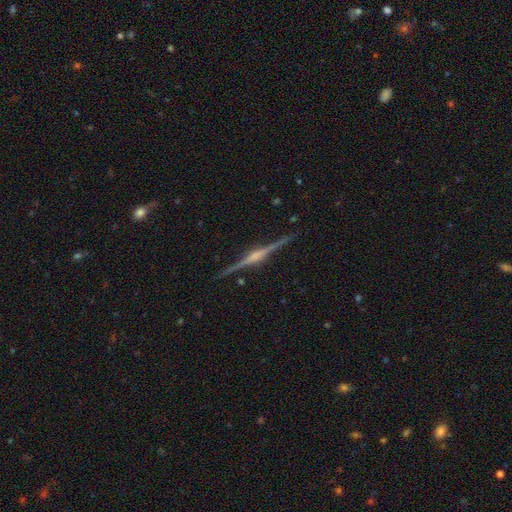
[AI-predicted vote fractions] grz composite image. It shows a featured or disk galaxy (89%) viewed edge-on (99%) with a rounded central bulge (73%). Merging: none (91%).